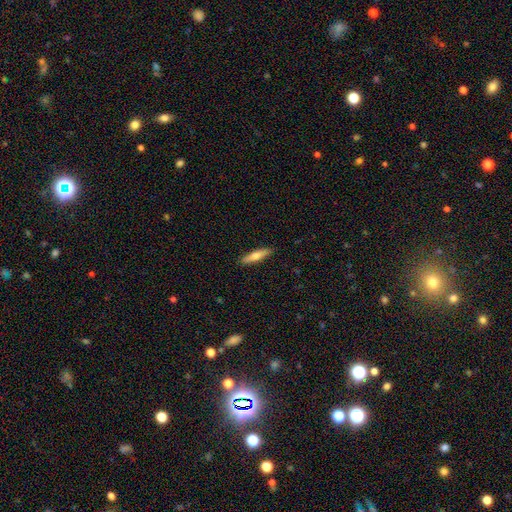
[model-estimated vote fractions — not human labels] A smooth galaxy with no disk features (63%) that is cigar-shaped (80%). Merging: none (90%).